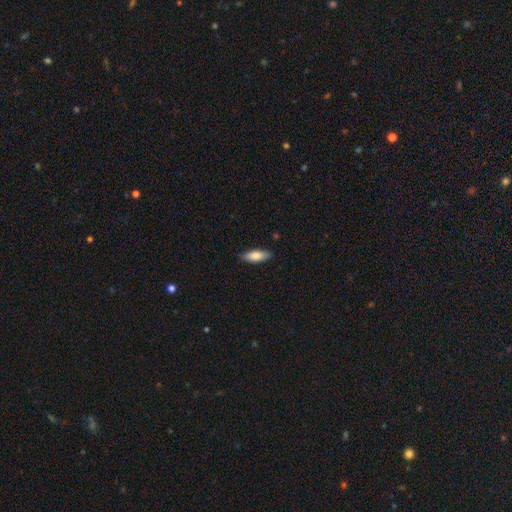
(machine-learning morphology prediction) smooth-or-featured: smooth: 82% | featured or disk: 12% | star or artifact: 6%
  how-rounded: in between: 67% | cigar-shaped: 31% | round: 2%
  merging: none: 86% | minor disturbance: 11% | major disturbance: 2% | merger: 1%